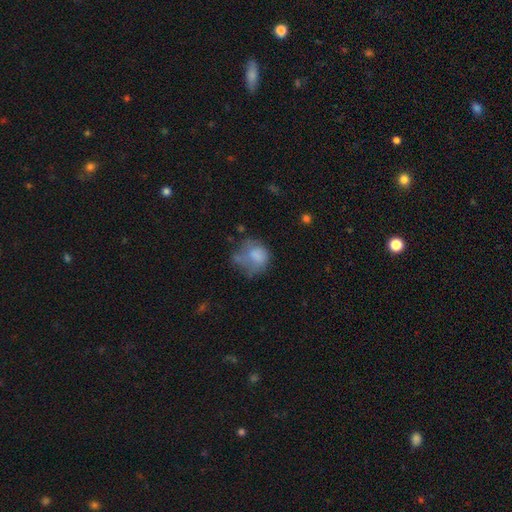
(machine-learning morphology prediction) Smooth or featured: smooth — 68% (featured or disk — 22%)
How rounded: round — 61% (in between — 38%)
Merging: major disturbance — 33% (none — 29%)